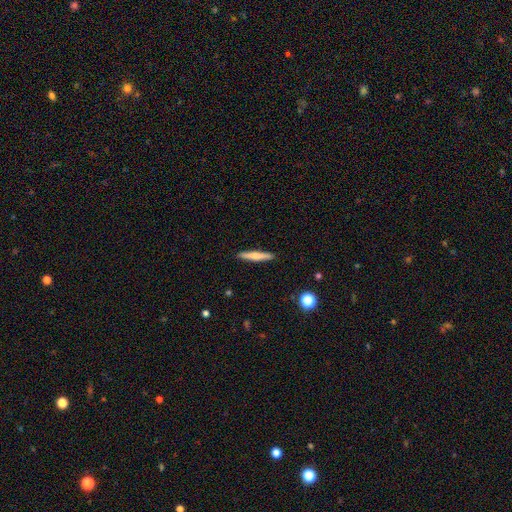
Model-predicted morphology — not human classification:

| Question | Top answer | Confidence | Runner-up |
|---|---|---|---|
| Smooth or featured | smooth | 59% | featured or disk (34%) |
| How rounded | cigar-shaped | 93% | in between (6%) |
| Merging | none | 91% | minor disturbance (6%) |